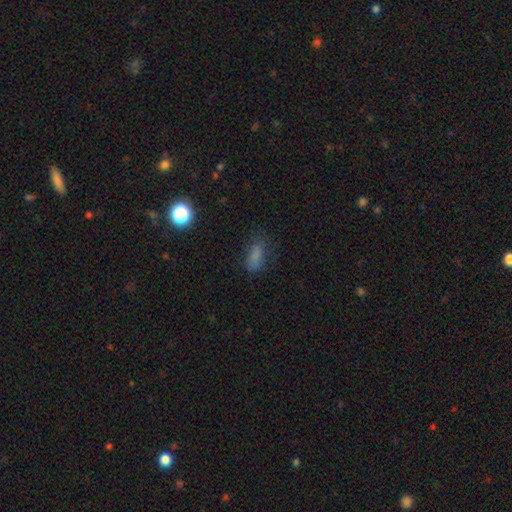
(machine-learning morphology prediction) smooth-or-featured: smooth: 78% | star or artifact: 15% | featured or disk: 7%
  how-rounded: in between: 81% | cigar-shaped: 13% | round: 6%
  merging: none: 64% | minor disturbance: 24% | major disturbance: 10% | merger: 2%